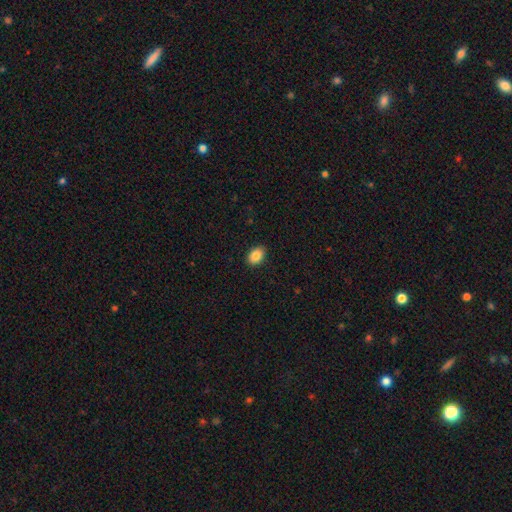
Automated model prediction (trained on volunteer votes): Smooth or featured? smooth (87%)
How rounded? in between (82%)
Merging? none (90%)